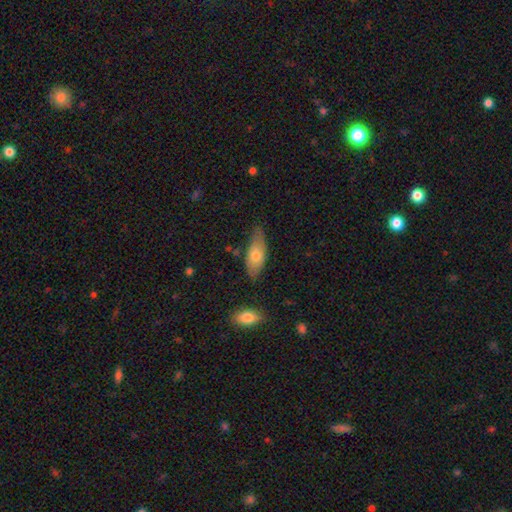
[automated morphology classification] This appears to be a smooth galaxy with no disk features (64%) that is in between round and cigar-shaped (80%). Merging: none (61%).